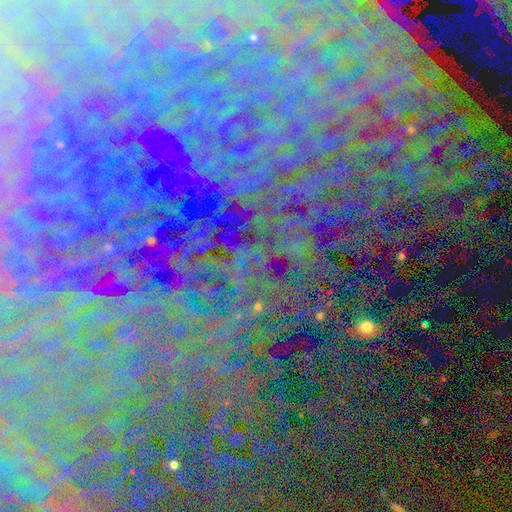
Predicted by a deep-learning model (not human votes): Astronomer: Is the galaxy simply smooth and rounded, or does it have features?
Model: star or artifact — 83%.